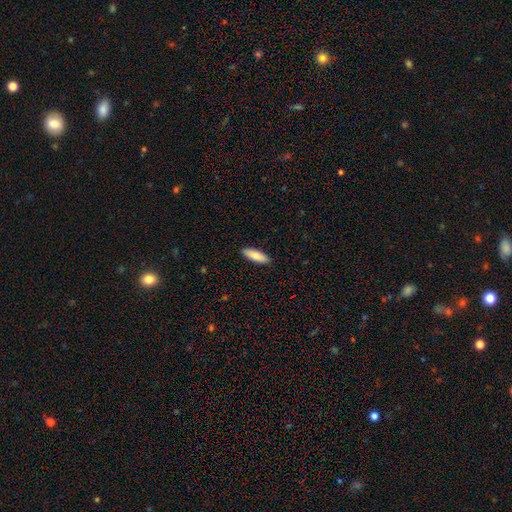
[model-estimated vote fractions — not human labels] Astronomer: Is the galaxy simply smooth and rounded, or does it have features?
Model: smooth — 81%.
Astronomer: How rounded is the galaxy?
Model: in between — 54% (runner-up: cigar-shaped, 44%).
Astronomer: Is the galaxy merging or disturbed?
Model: none — 91%.